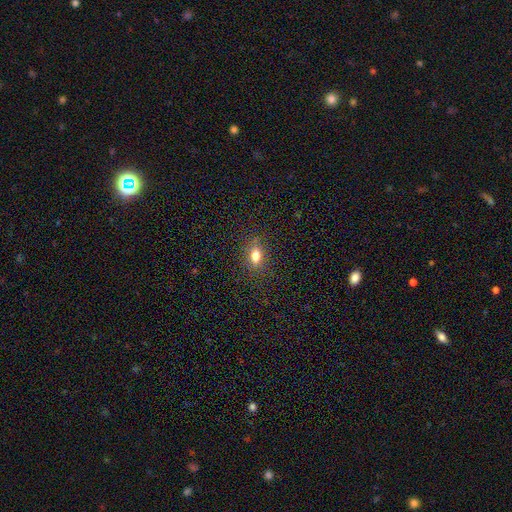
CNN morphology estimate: Smooth or featured? smooth (73%)
How rounded? in between (72%)
Merging? none (86%)